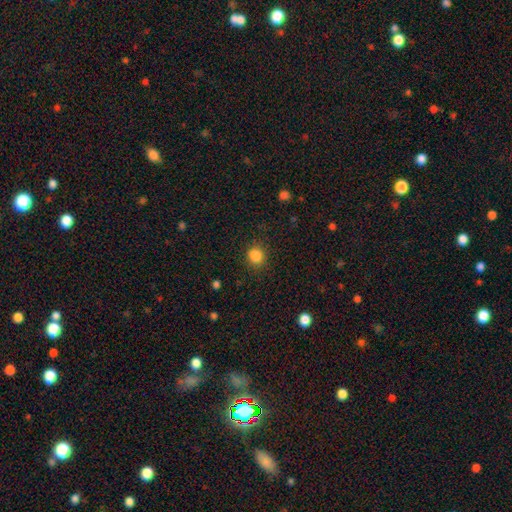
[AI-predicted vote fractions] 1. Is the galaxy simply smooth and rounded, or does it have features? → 85% smooth, 11% star or artifact, 3% featured or disk.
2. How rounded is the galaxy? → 79% round, 20% in between, 1% cigar-shaped.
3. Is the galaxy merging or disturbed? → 86% none, 9% minor disturbance, 3% major disturbance, 1% merger.